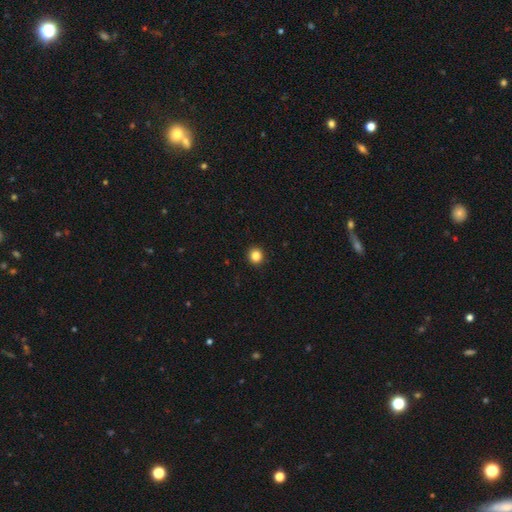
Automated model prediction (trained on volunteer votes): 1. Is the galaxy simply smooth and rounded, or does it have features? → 85% smooth, 11% star or artifact, 4% featured or disk.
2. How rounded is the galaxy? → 91% round, 8% in between, 1% cigar-shaped.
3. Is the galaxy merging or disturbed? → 93% none, 5% minor disturbance, 1% major disturbance, 1% merger.